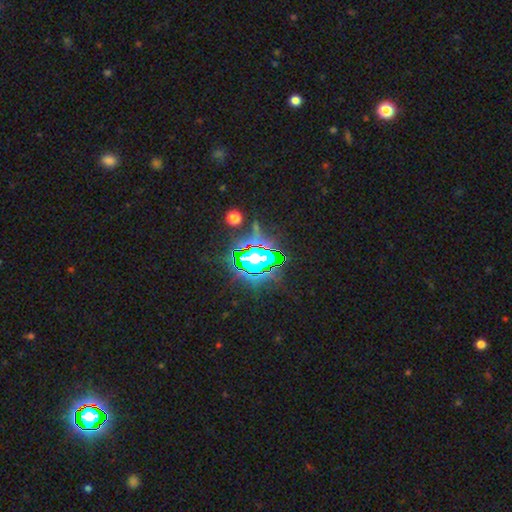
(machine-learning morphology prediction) The model was most divided on "smooth or featured": star or artifact: 82%, smooth: 10%, featured or disk: 7%.